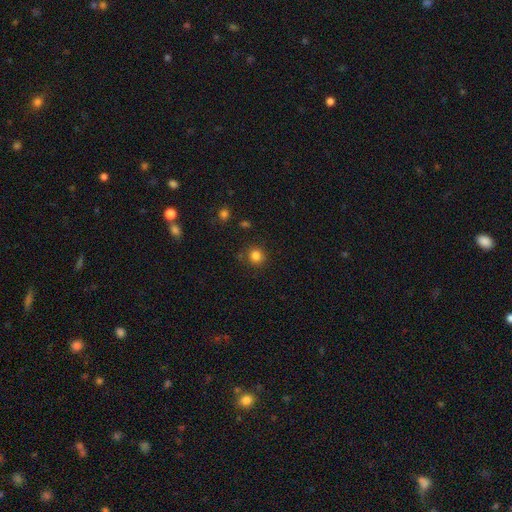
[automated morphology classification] This appears to be a smooth galaxy with no disk features (83%) that is round (90%). Merging: none (84%).